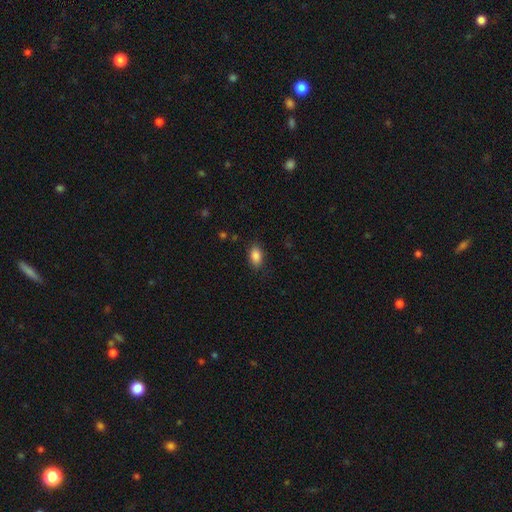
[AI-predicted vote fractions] The model was most divided on "merging": none: 86%, minor disturbance: 10%, major disturbance: 3%, merger: 1%. More confident: how rounded — in between (89%); smooth or featured — smooth (88%).